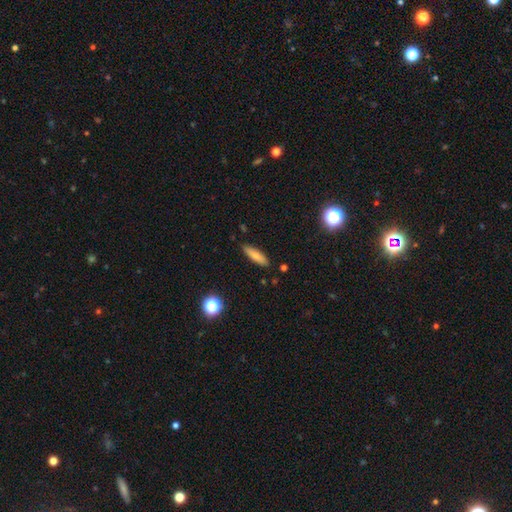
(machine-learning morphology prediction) smooth-or-featured: smooth: 77% | featured or disk: 15% | star or artifact: 8%
  how-rounded: cigar-shaped: 62% | in between: 36% | round: 2%
  merging: none: 86% | minor disturbance: 11% | major disturbance: 2% | merger: 2%